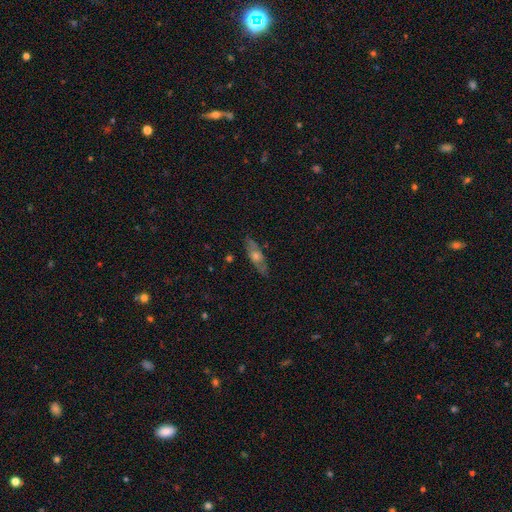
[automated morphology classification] Smooth or featured? featured or disk (56%)
Edge-on disk? yes (60%)
Merging? none (84%)